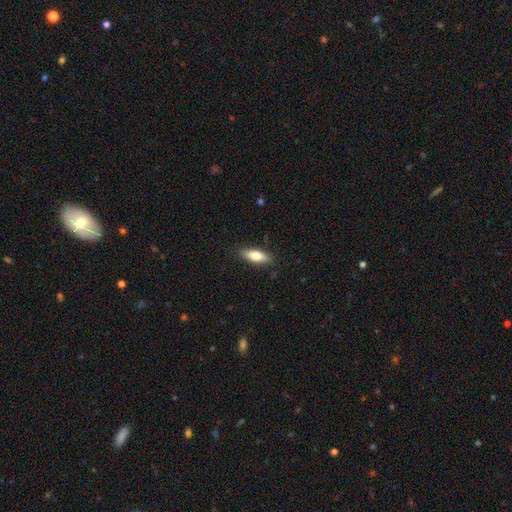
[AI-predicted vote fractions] smooth 76%, featured or disk 18%, star or artifact 6%. Down the decision tree: how rounded — in between (67%); merging — none (87%).